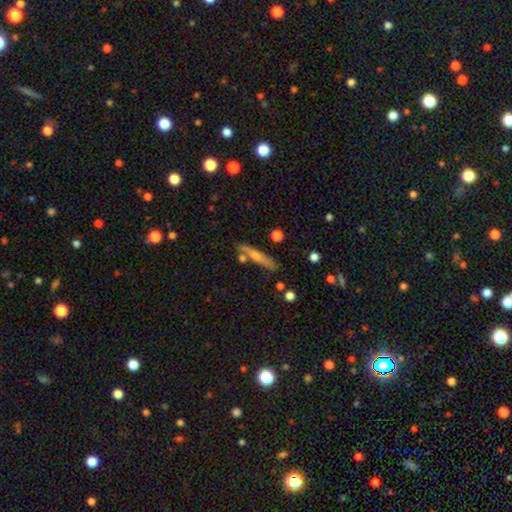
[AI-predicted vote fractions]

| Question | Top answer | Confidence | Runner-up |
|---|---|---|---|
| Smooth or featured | featured or disk | 49% | smooth (44%) |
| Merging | none | 76% | minor disturbance (13%) |